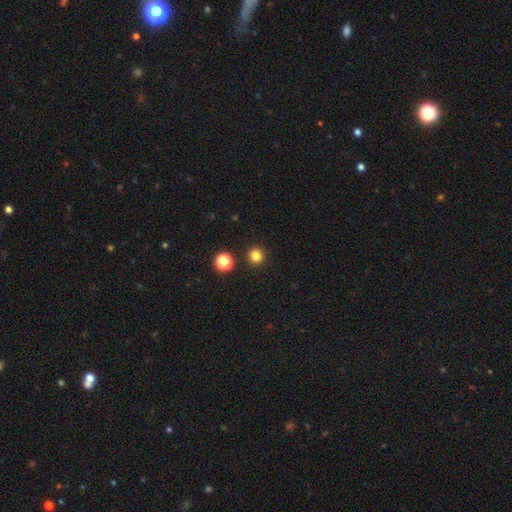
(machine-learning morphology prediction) smooth 82%, star or artifact 14%, featured or disk 4%. Down the decision tree: how rounded — round (95%); merging — none (92%).